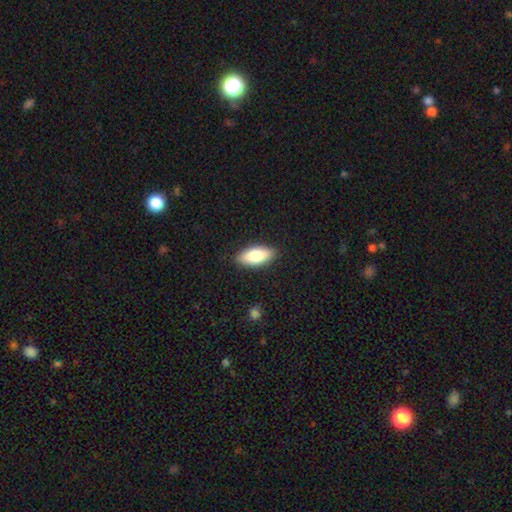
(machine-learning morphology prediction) This is clearly a smooth galaxy (81%). How rounded: clearly in between (86%). Merging: clearly none (88%).